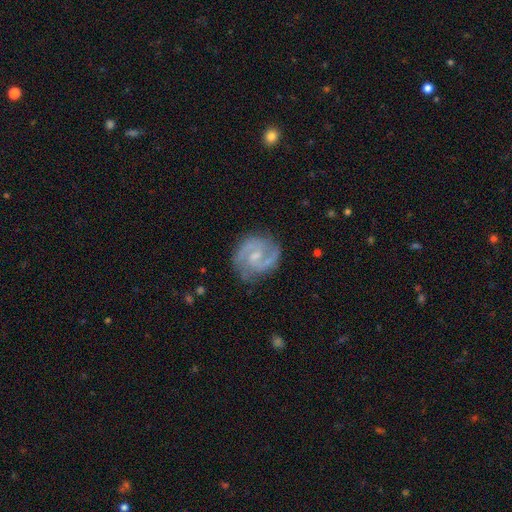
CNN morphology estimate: Smooth or featured? Predicted: featured or disk (p=0.85). Edge-on disk? Predicted: no (p=0.98). Bar? Predicted: weak (p=0.57). Spiral arms? Predicted: yes (p=0.96). Spiral winding? Predicted: medium (p=0.54). Spiral arm count? Predicted: 2 (p=0.84). Bulge size? Predicted: small (p=0.50). Merging? Predicted: none (p=0.75).